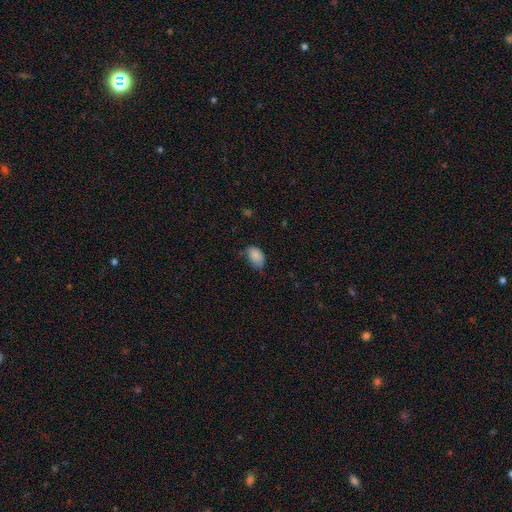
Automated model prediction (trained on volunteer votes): Morphology: type=smooth (86%); roundness=in between (88%); merging=none (55%).